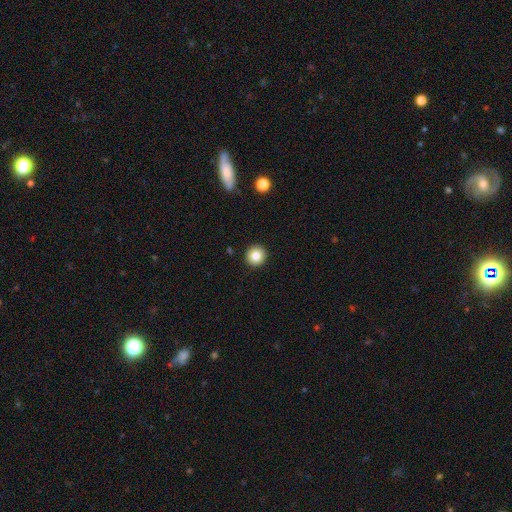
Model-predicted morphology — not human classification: type=smooth (83%); roundness=round (94%); merging=none (93%).